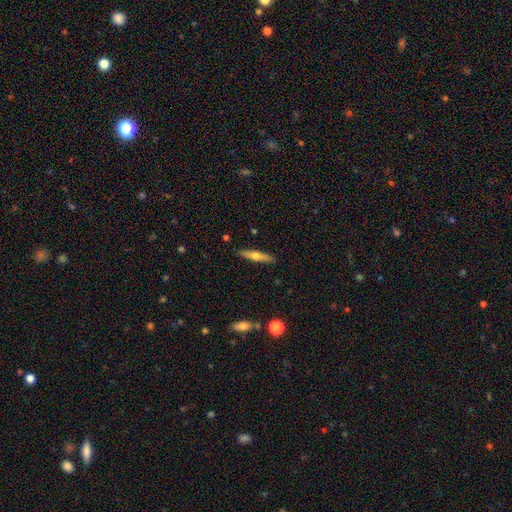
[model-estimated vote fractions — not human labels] Smooth or featured: featured or disk — 50% (smooth — 44%)
Edge-on disk: yes — 93% (no — 7%)
Merging: none — 90% (minor disturbance — 7%)